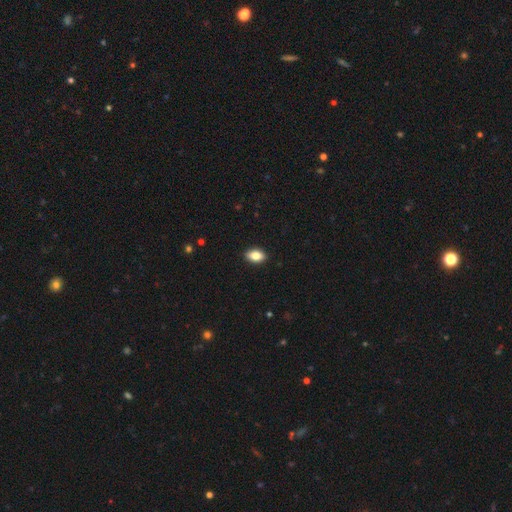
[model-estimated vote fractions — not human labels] Smooth or featured? Predicted: smooth (p=0.83). How rounded? Predicted: in between (p=0.89). Merging? Predicted: none (p=0.90).